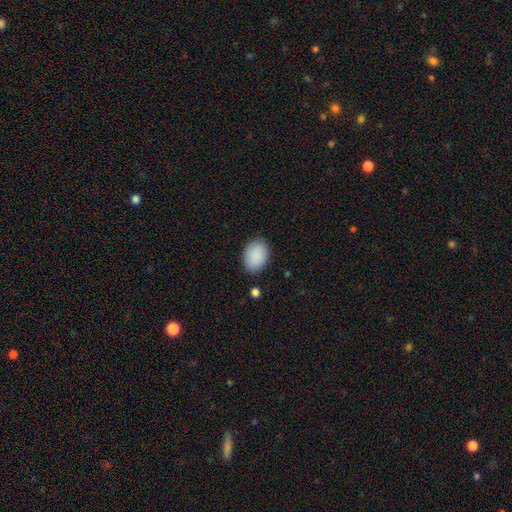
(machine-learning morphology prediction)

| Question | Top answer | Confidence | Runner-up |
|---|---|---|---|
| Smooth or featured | smooth | 90% | star or artifact (6%) |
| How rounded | in between | 83% | round (16%) |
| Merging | none | 86% | minor disturbance (10%) |